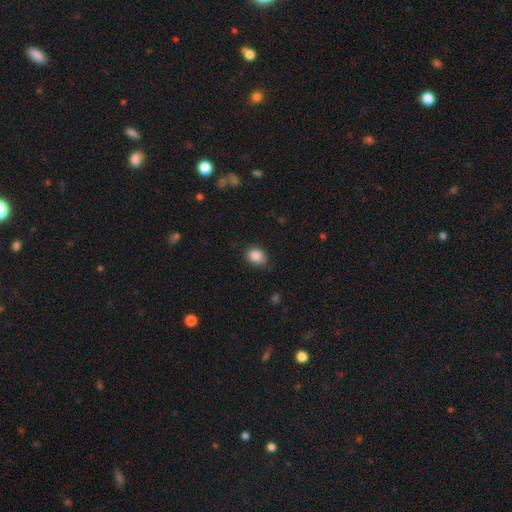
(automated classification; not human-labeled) smooth 87%, star or artifact 9%, featured or disk 4%. Down the decision tree: how rounded — in between (58%); merging — none (73%).